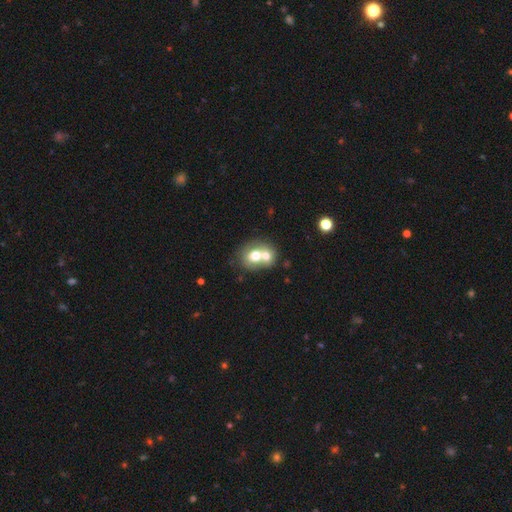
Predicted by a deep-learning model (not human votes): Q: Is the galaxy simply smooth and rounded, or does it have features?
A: smooth — 63%.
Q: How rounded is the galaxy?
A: round — 57%.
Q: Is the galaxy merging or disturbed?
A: merger — 64%.